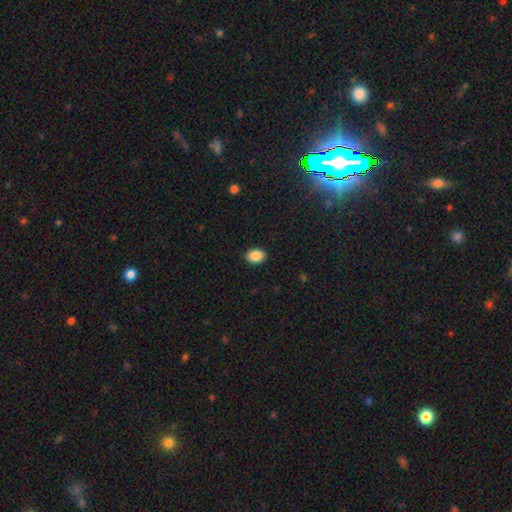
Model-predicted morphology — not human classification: type=smooth (88%); roundness=in between (67%); merging=none (91%).